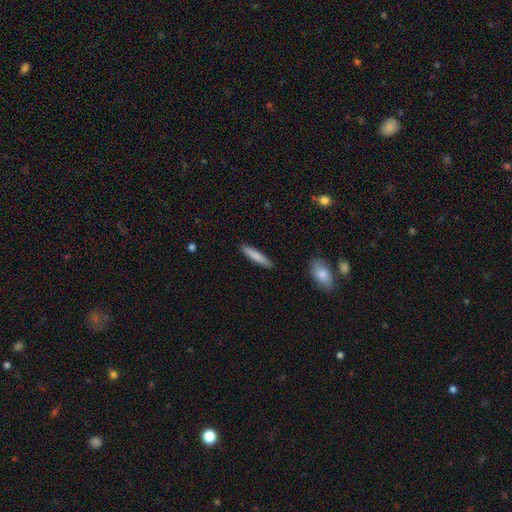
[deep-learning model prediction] Smooth or featured: smooth — 81% (featured or disk — 14%)
How rounded: cigar-shaped — 89% (in between — 10%)
Merging: none — 90% (minor disturbance — 7%)